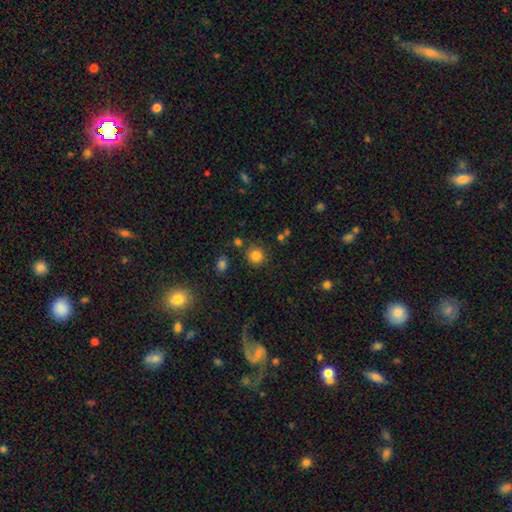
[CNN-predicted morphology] smooth 82%, star or artifact 13%, featured or disk 6%. Down the decision tree: how rounded — round (91%); merging — none (84%).